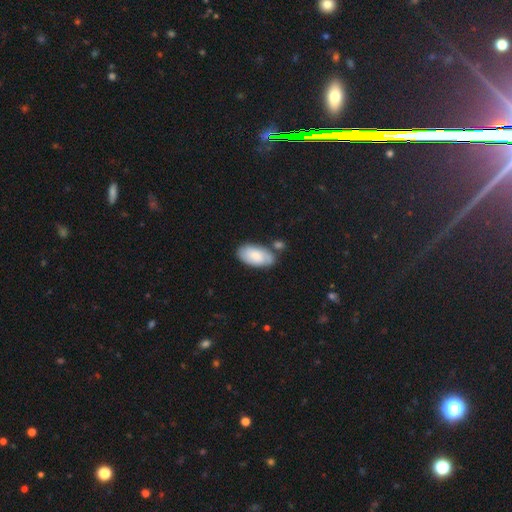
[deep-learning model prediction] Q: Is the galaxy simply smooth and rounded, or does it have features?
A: smooth — 76%.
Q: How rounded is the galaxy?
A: in between — 95%.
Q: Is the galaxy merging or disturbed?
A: none — 63%.